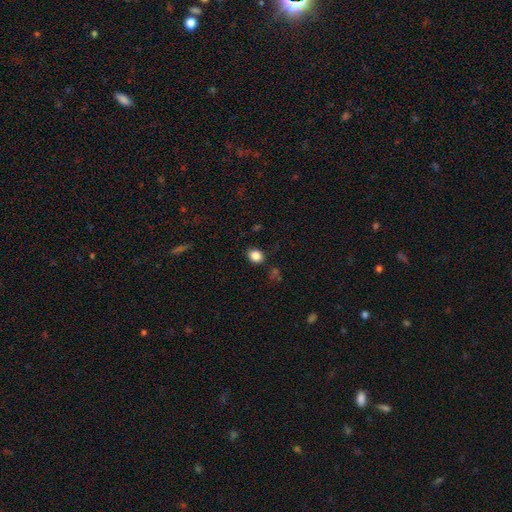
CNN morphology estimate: smooth-or-featured: smooth: 85% | star or artifact: 11% | featured or disk: 5%
  how-rounded: round: 51% | in between: 48% | cigar-shaped: 1%
  merging: none: 84% | minor disturbance: 11% | major disturbance: 3% | merger: 2%